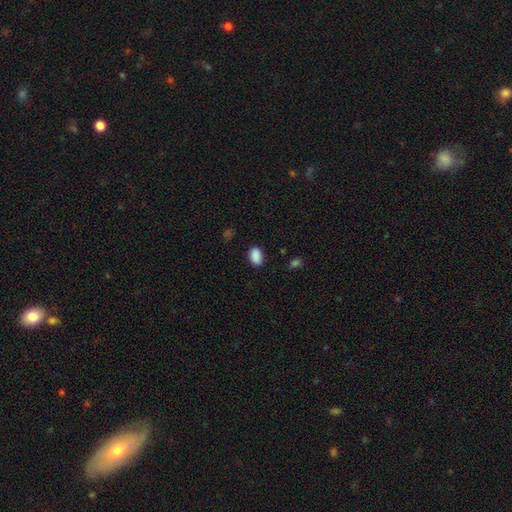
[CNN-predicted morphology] Smooth or featured?
  - smooth: 90% *
  - star or artifact: 8%
  - featured or disk: 3%
How rounded?
  - in between: 87% *
  - round: 12%
  - cigar-shaped: 1%
Merging?
  - none: 85% *
  - minor disturbance: 11%
  - major disturbance: 3%
  - merger: 1%